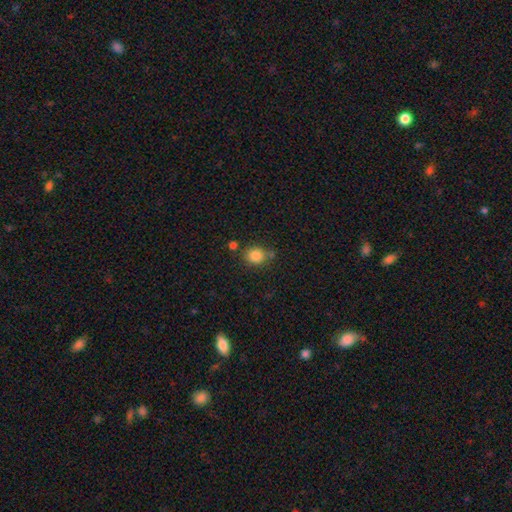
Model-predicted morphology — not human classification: Overall: smooth (84%). How rounded: round (74%). Merging: none (70%).